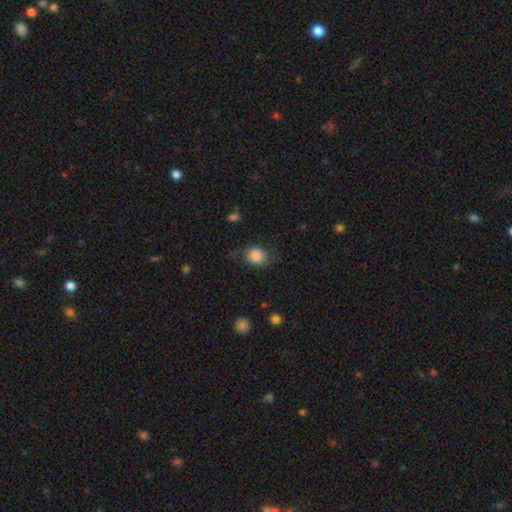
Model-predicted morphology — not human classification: Smooth or featured? smooth (84%)
How rounded? round (61%)
Merging? none (66%)